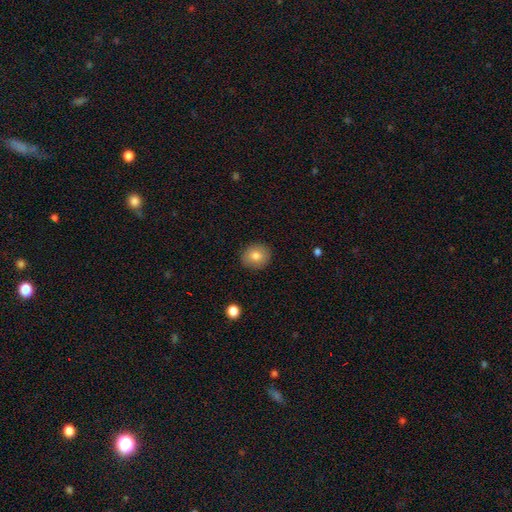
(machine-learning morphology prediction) This appears to be a smooth galaxy with no disk features (80%) that is round (79%). Merging: none (90%).